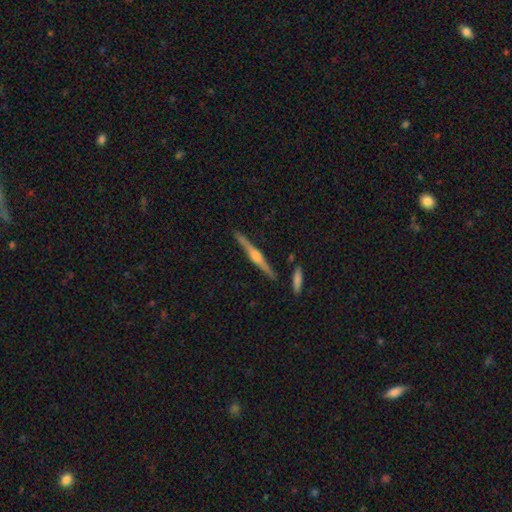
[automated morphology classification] This is clearly a featured or disk galaxy (81%). It is clearly viewed edge-on (98%). Edge-on bulge: clearly rounded (86%). Merging: clearly none (88%).